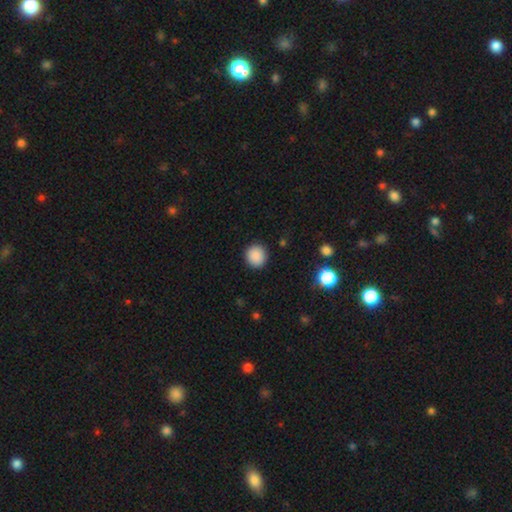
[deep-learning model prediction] smooth_or_featured: smooth (p=0.89) [alt: star or artifact p=0.09]
how_rounded: round (p=0.91) [alt: in between p=0.08]
merging: none (p=0.92) [alt: minor disturbance p=0.06]